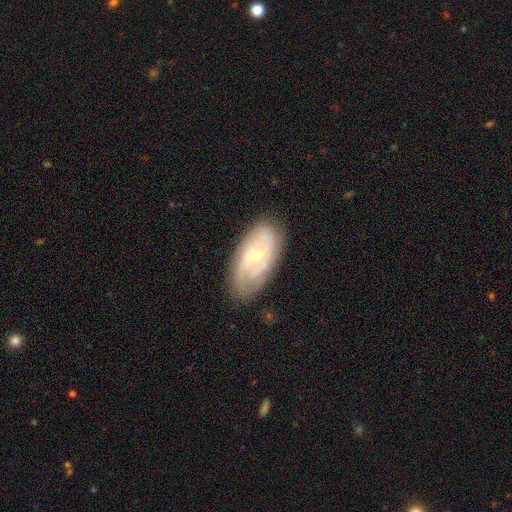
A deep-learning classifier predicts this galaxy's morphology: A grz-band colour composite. It shows a featured or disk galaxy (79%) with no bar (57%), 2 (40%) tight (47%) spiral arms (90%) and a small central bulge (51%). Merging: none (78%).